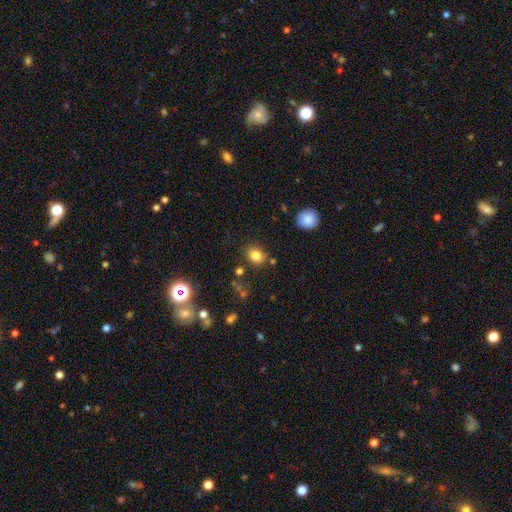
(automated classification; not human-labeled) The model was most divided on "how rounded": round: 60%, in between: 39%, cigar-shaped: 1%. More confident: smooth or featured — smooth (81%); merging — none (80%).